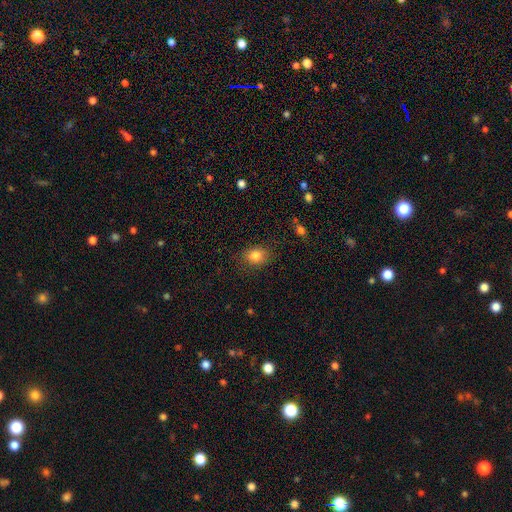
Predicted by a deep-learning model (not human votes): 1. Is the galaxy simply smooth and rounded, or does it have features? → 84% smooth, 10% star or artifact, 6% featured or disk.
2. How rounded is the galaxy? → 59% in between, 40% round, 1% cigar-shaped.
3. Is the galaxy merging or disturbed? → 82% none, 13% minor disturbance, 4% major disturbance, 1% merger.